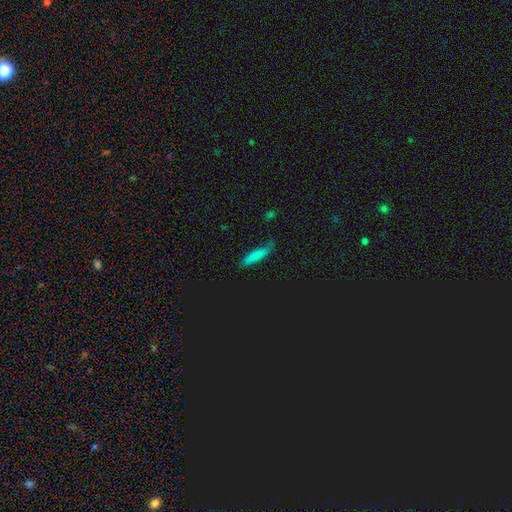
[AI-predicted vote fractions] This appears to be a smooth galaxy with no disk features (70%) that is cigar-shaped (70%). Merging: none (69%).